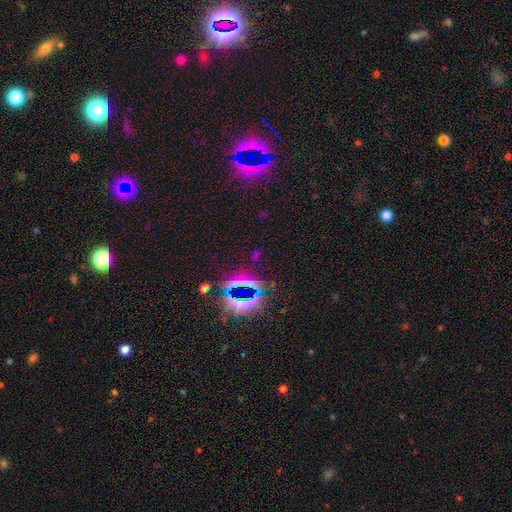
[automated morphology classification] A star or artifact, not a galaxy (72%).

Vote fractions:
- Smooth or featured? star or artifact: 72% / smooth: 20% / featured or disk: 8%